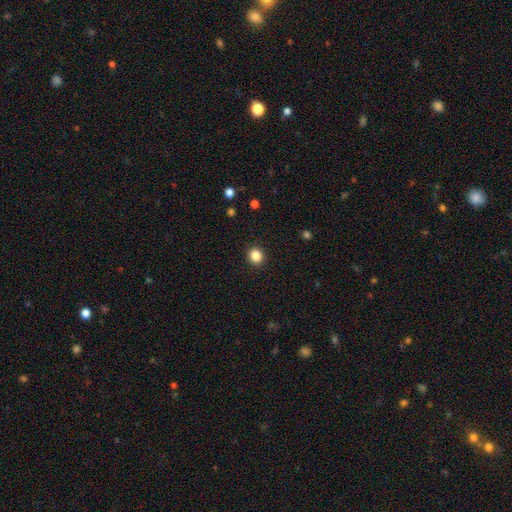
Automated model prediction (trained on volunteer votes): smooth 85%, star or artifact 11%, featured or disk 4%. Down the decision tree: how rounded — round (87%); merging — none (92%).